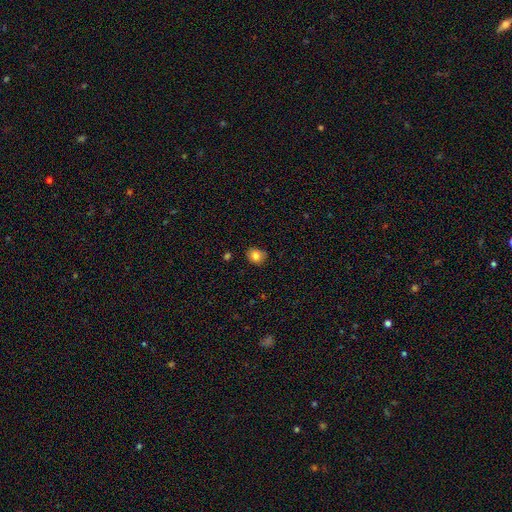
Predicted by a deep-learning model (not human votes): smooth 83%, star or artifact 10%, featured or disk 7%. Down the decision tree: how rounded — round (73%); merging — none (82%).